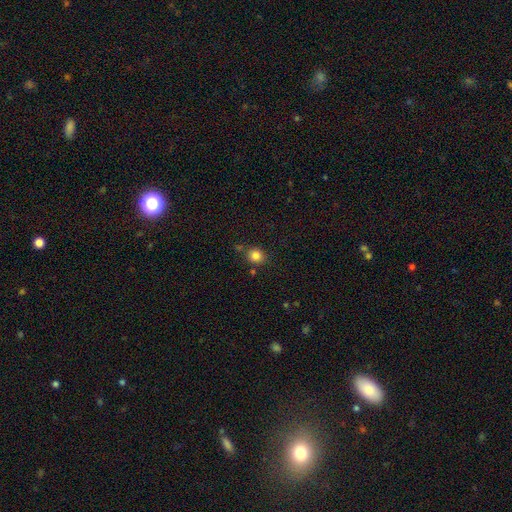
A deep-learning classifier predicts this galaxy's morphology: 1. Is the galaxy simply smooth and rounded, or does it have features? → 83% smooth, 12% star or artifact, 5% featured or disk.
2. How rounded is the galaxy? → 82% round, 17% in between, 1% cigar-shaped.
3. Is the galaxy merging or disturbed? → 79% none, 11% minor disturbance, 7% merger, 3% major disturbance.